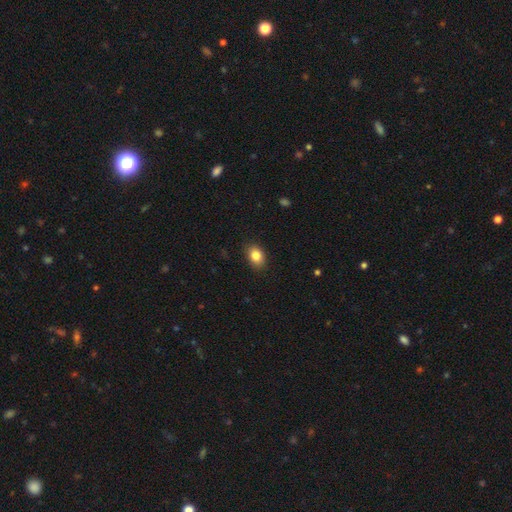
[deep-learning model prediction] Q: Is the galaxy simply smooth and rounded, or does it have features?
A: smooth — 84%.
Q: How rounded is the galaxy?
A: in between — 69%.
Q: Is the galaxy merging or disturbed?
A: none — 87%.